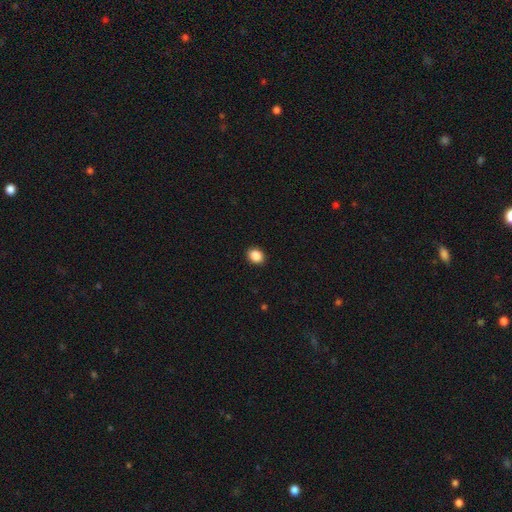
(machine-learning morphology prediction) Overall: smooth (88%). How rounded: round (53%; in between 46%). Merging: none (92%).